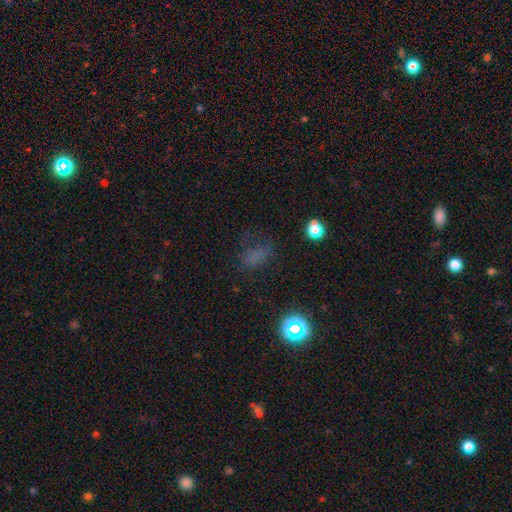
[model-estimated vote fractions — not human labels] The model was most divided on "smooth or featured": smooth: 54%, star or artifact: 32%, featured or disk: 14%. More confident: how rounded — in between (68%); merging — none (52%).